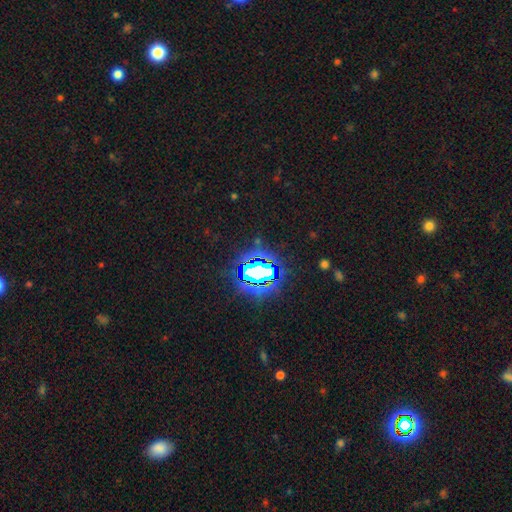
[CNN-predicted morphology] Smooth or featured: star or artifact — 81% (smooth — 12%)